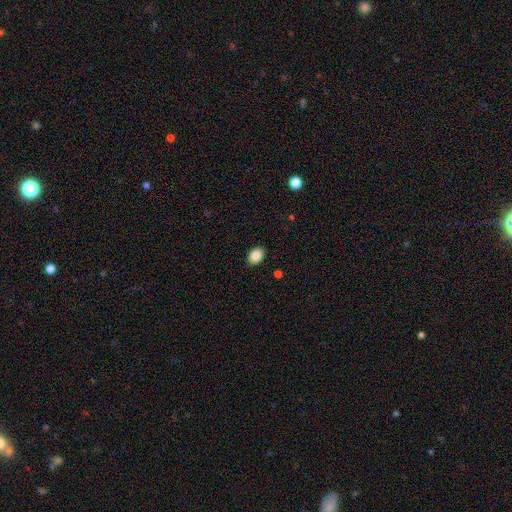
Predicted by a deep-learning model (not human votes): Overall: smooth (88%). How rounded: in between (79%). Merging: none (90%).